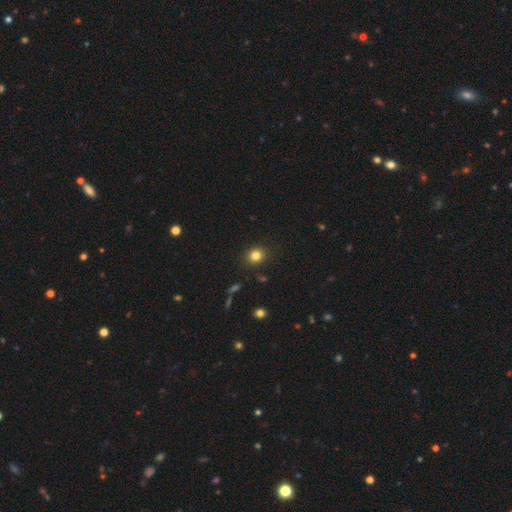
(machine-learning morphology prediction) smooth_or_featured: smooth (p=0.82) [alt: star or artifact p=0.12]
how_rounded: round (p=0.68) [alt: in between p=0.31]
merging: none (p=0.88) [alt: minor disturbance p=0.09]